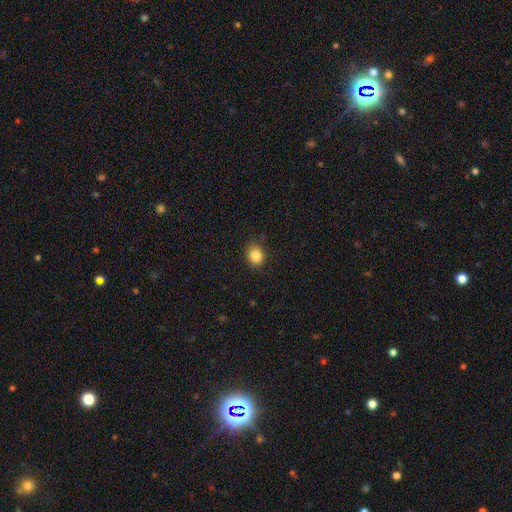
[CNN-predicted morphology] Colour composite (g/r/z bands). It shows a smooth galaxy with no disk features (84%) that is round (59%). Merging: none (84%).